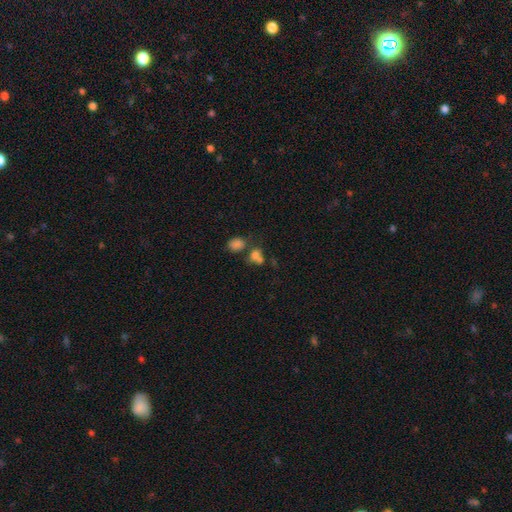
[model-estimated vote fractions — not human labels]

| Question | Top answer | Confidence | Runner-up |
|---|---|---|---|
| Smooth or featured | smooth | 73% | star or artifact (16%) |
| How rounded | round | 50% | in between (48%) |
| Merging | merger | 47% | none (36%) |